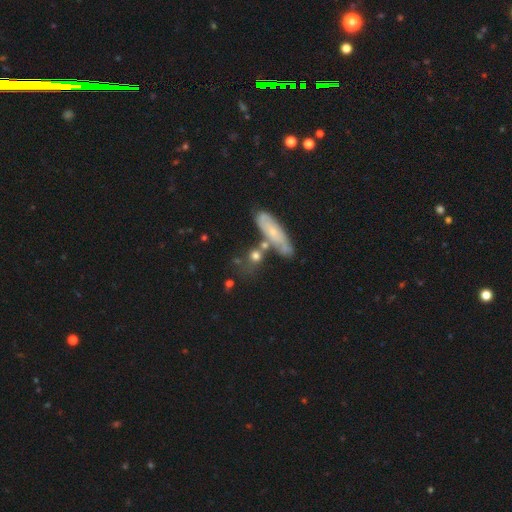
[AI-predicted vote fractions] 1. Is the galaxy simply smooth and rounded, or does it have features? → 62% smooth, 27% featured or disk, 11% star or artifact.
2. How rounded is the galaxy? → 57% round, 26% in between, 17% cigar-shaped.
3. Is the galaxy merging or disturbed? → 52% none, 23% merger, 16% minor disturbance, 8% major disturbance.